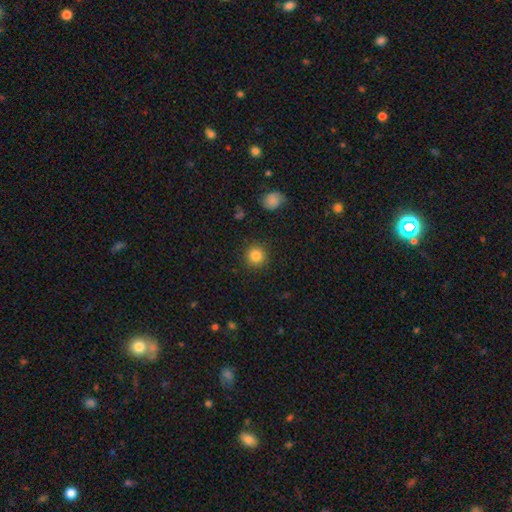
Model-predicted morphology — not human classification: Smooth or featured? Predicted: smooth (p=0.84). How rounded? Predicted: round (p=0.94). Merging? Predicted: none (p=0.90).